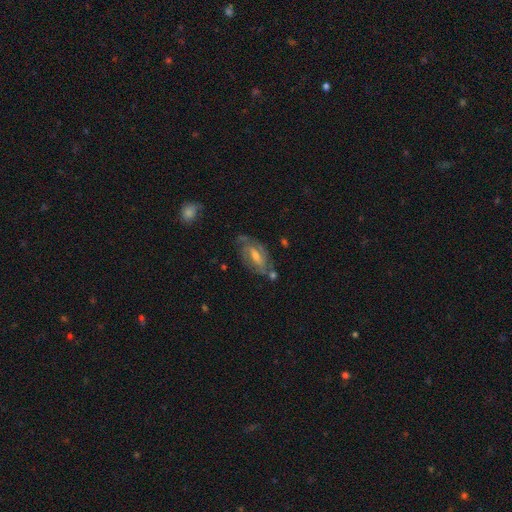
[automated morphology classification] Overall: featured or disk (74%). Edge-on disk: no (92%). Bar: weak (50%; no 27%). Spiral arms: yes (88%). Spiral arm count: 2 (59%; can't tell 23%). Spiral winding: tight (44%; medium 42%). Bulge size: moderate (53%; small 36%). Merging: none (61%; minor disturbance 22%).